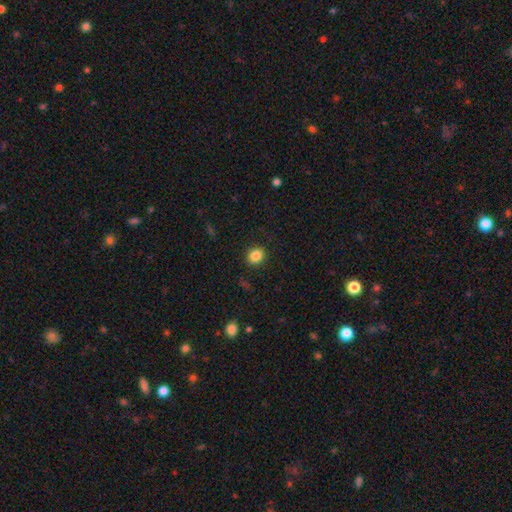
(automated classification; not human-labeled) Smooth or featured: smooth — 85% (star or artifact — 10%)
How rounded: round — 63% (in between — 36%)
Merging: none — 89% (minor disturbance — 8%)